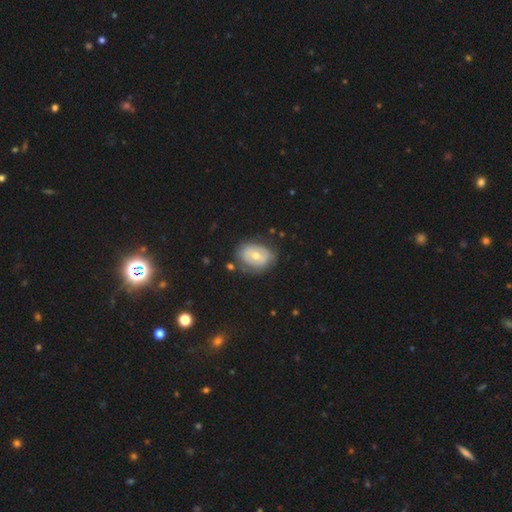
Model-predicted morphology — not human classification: Smooth or featured?
  - featured or disk: 50% *
  - smooth: 43%
  - star or artifact: 7%
Edge-on disk?
  - no: 95% *
  - yes: 5%
Merging?
  - none: 68% *
  - minor disturbance: 22%
  - major disturbance: 7%
  - merger: 3%